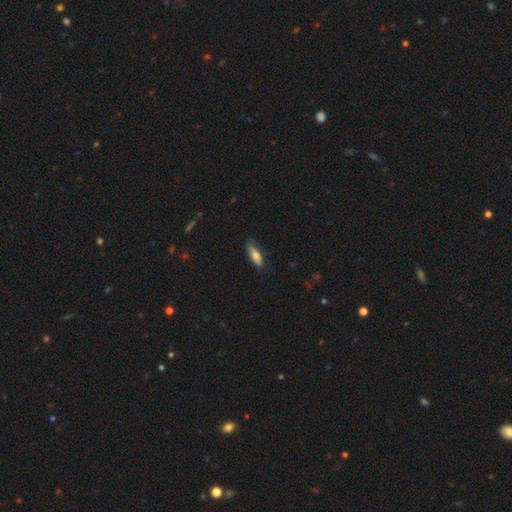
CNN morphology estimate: Smooth or featured? smooth (75%)
How rounded? in between (50%)
Merging? none (71%)